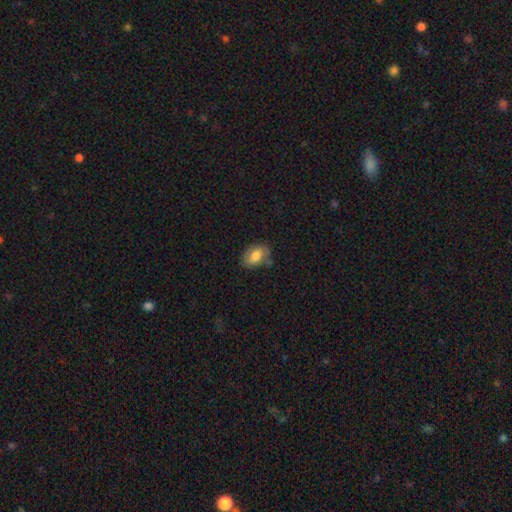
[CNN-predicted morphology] This appears to be a smooth galaxy with no disk features (75%) that is in between round and cigar-shaped (85%). Merging: none (68%).